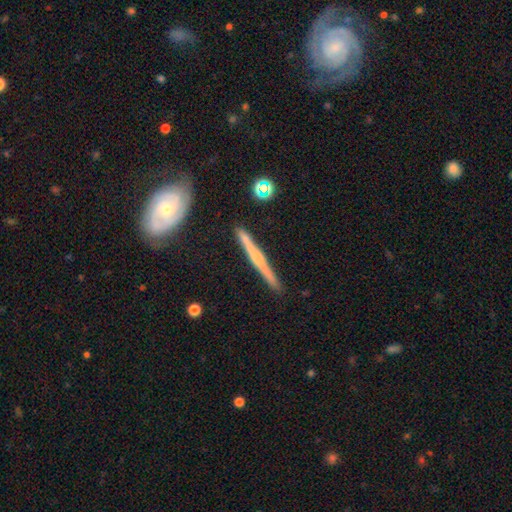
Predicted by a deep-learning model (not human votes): Smooth or featured: featured or disk — 68% (smooth — 26%)
Edge-on disk: yes — 97% (no — 3%)
Edge-on bulge: none — 45% (rounded — 43%)
Merging: none — 87% (minor disturbance — 9%)